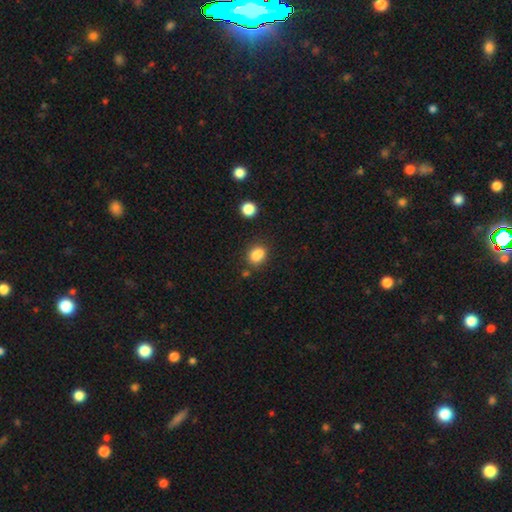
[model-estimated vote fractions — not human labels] smooth 82%, star or artifact 12%, featured or disk 6%. Down the decision tree: how rounded — in between (59%); merging — none (65%).